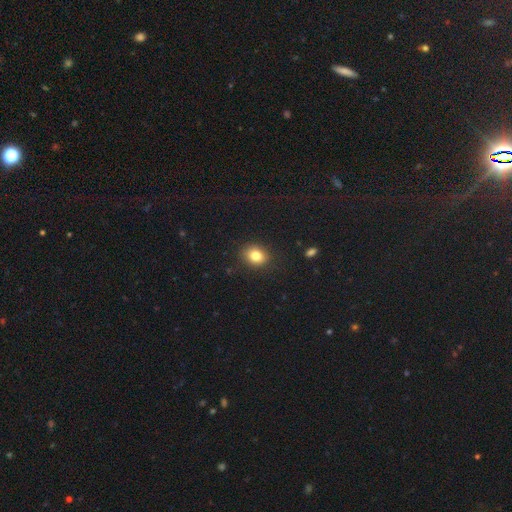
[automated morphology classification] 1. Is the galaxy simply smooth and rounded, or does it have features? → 81% smooth, 11% star or artifact, 8% featured or disk.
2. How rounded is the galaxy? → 54% round, 45% in between, 1% cigar-shaped.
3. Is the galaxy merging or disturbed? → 87% none, 10% minor disturbance, 3% major disturbance, 1% merger.